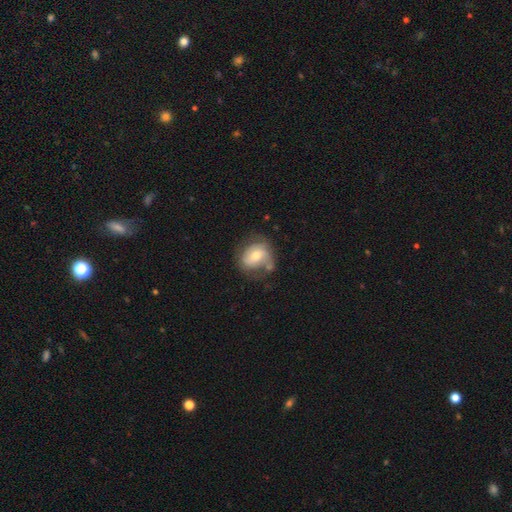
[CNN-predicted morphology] smooth_or_featured: smooth (p=0.56) [alt: featured or disk p=0.37]
how_rounded: in between (p=0.51) [alt: round p=0.48]
merging: none (p=0.47) [alt: minor disturbance p=0.29]